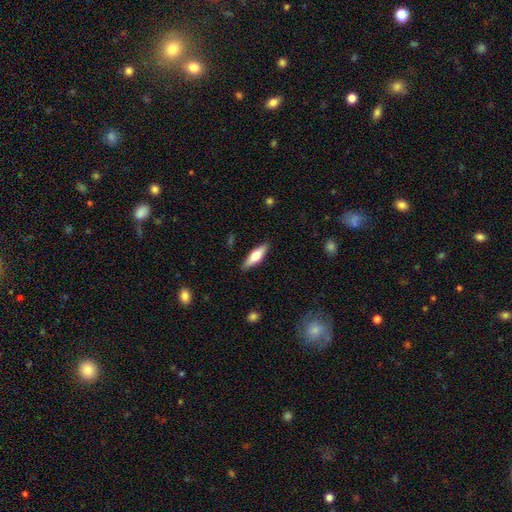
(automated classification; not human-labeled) A smooth galaxy with no disk features (57%) that is cigar-shaped (51%). Merging: none (87%).